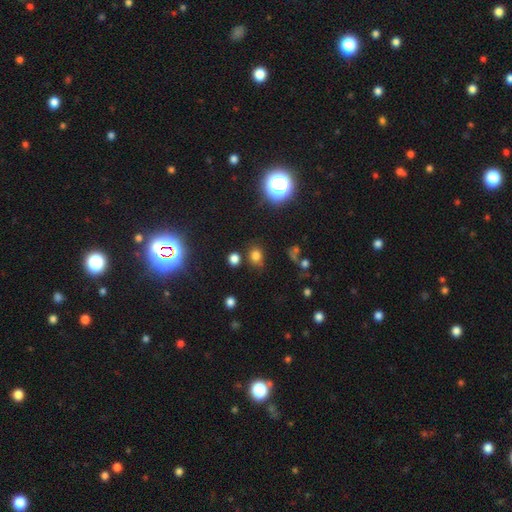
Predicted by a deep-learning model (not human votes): The model was most divided on "how rounded": round: 69%, in between: 30%, cigar-shaped: 1%. More confident: merging — none (78%); smooth or featured — smooth (72%).